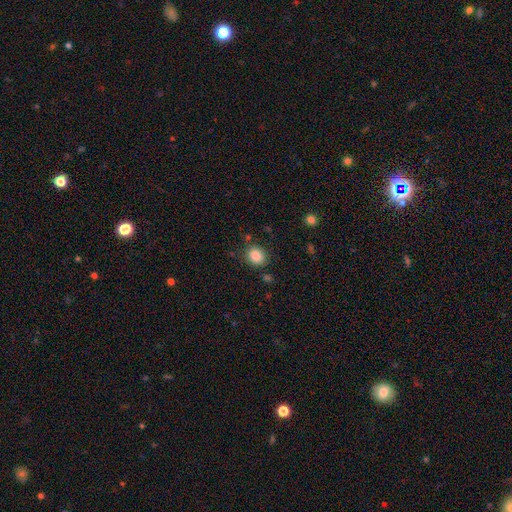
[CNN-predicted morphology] Smooth or featured? Predicted: smooth (p=0.86). How rounded? Predicted: round (p=0.71). Merging? Predicted: none (p=0.83).